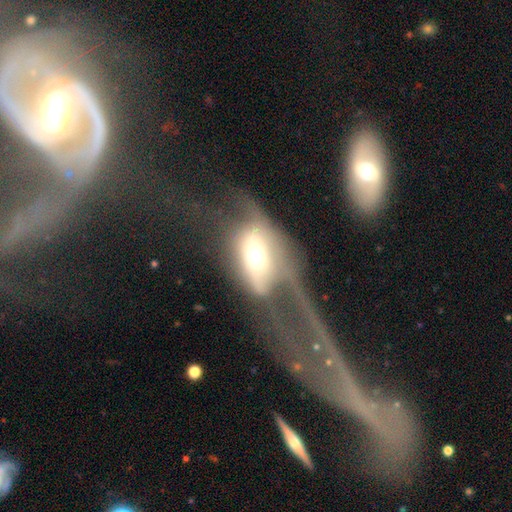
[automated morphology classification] featured or disk 55%, smooth 37%, star or artifact 8%. Down the decision tree: edge-on disk — no (82%); merging — major disturbance (64%).